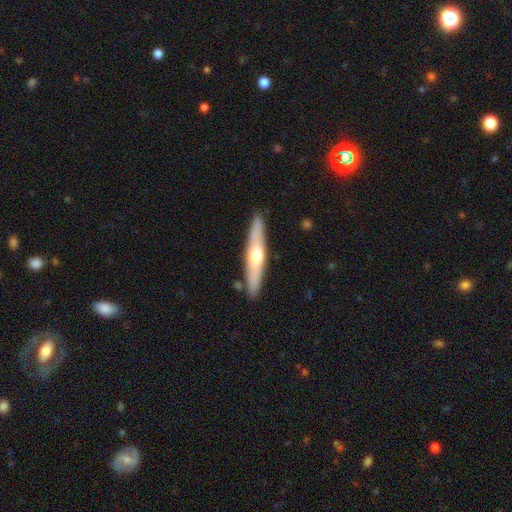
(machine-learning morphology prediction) type=featured or disk (52%); edge-on=yes (87%); merging=none (88%).